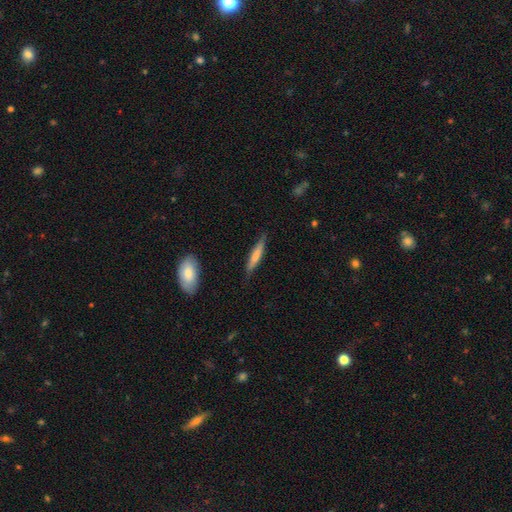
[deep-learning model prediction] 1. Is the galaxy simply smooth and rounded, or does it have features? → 67% smooth, 28% featured or disk, 6% star or artifact.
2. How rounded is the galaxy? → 90% cigar-shaped, 9% in between, 1% round.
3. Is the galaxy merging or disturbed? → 81% none, 14% minor disturbance, 3% major disturbance, 2% merger.